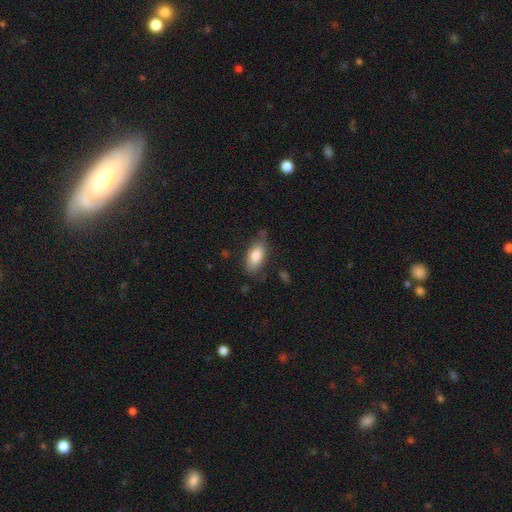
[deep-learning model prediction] A smooth galaxy with no disk features (81%) that is in between round and cigar-shaped (88%). Merging: none (67%).